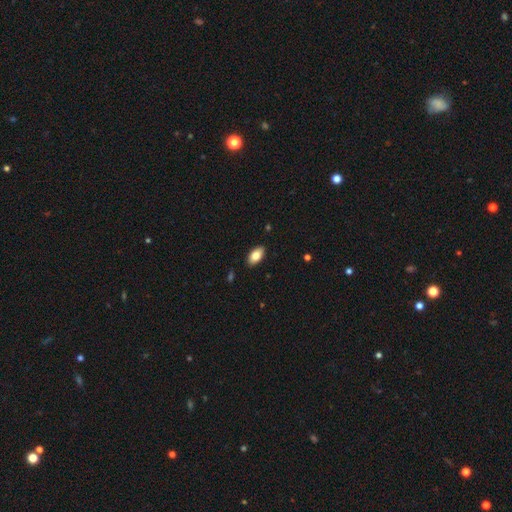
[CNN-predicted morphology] Overall: smooth (82%). How rounded: in between (94%). Merging: none (89%).